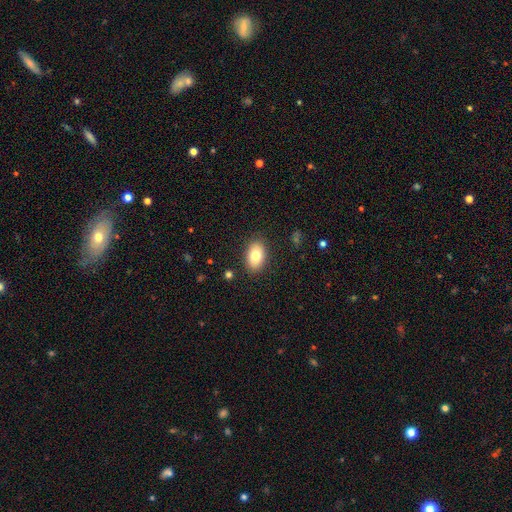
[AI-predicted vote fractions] This is likely a smooth galaxy (78%). How rounded: clearly in between (88%). Merging: clearly none (87%).